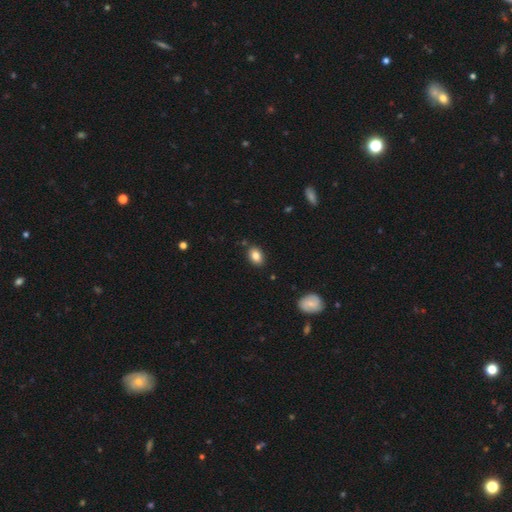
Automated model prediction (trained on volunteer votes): A smooth galaxy with no disk features (84%) that is in between round and cigar-shaped (79%). Merging: none (86%).